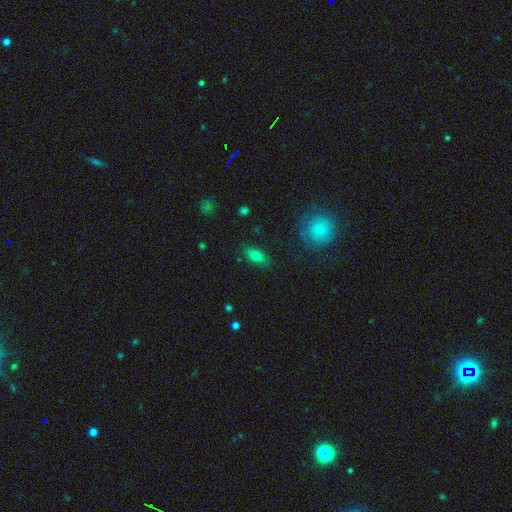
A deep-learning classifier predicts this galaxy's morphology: A smooth galaxy with no disk features (76%) that is in between round and cigar-shaped (84%).

Vote fractions:
- Smooth or featured? smooth: 76% / featured or disk: 14% / star or artifact: 11%
- How rounded? in between: 84% / cigar-shaped: 9% / round: 7%
- Merging? none: 83% / minor disturbance: 12% / major disturbance: 3% / merger: 2%